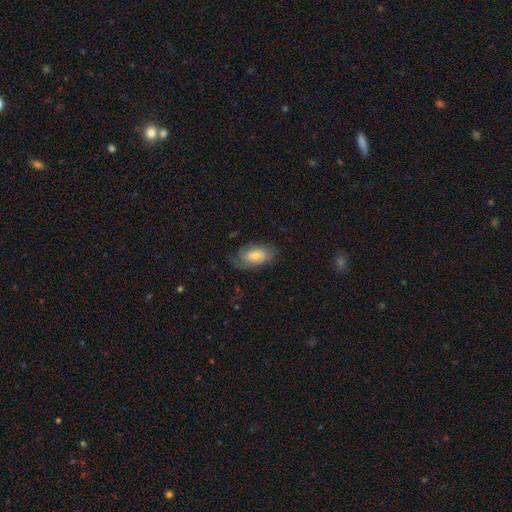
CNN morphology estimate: type=smooth (59%); roundness=in between (92%); merging=none (61%).